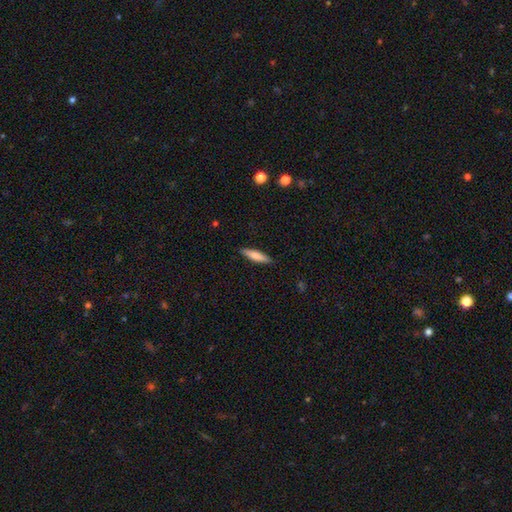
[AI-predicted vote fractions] Morphology: type=smooth (73%); roundness=cigar-shaped (79%); merging=none (89%).